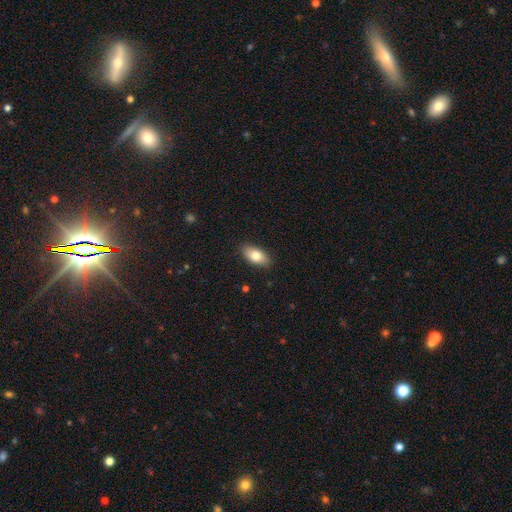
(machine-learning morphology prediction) Smooth or featured? smooth (80%)
How rounded? in between (90%)
Merging? none (88%)